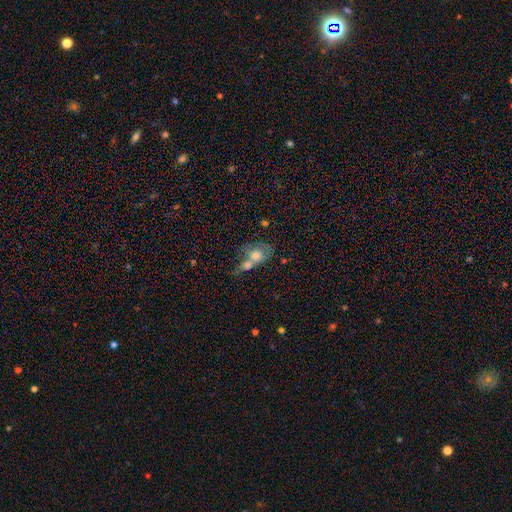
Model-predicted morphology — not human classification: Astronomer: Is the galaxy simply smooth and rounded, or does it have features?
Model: smooth — 68%.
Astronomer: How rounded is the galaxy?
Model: round — 51% (runner-up: in between, 47%).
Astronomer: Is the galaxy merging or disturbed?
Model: merger — 68%.